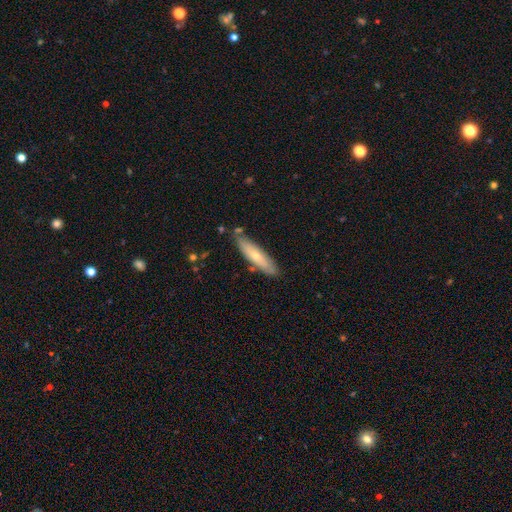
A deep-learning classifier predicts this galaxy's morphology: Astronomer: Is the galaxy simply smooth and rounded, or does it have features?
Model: smooth — 57% (runner-up: featured or disk, 37%).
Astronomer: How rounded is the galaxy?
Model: cigar-shaped — 77%.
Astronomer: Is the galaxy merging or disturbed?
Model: none — 80%.